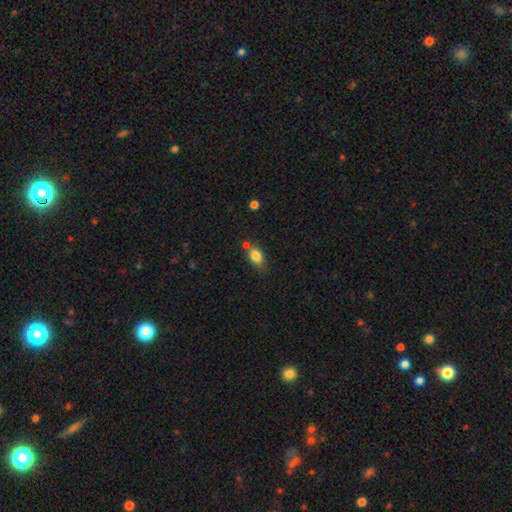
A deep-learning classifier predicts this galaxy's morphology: A smooth galaxy with no disk features (83%) that is in between round and cigar-shaped (78%).

Vote fractions:
- Smooth or featured? smooth: 83% / star or artifact: 9% / featured or disk: 8%
- How rounded? in between: 78% / round: 19% / cigar-shaped: 3%
- Merging? none: 58% / minor disturbance: 21% / merger: 16% / major disturbance: 5%